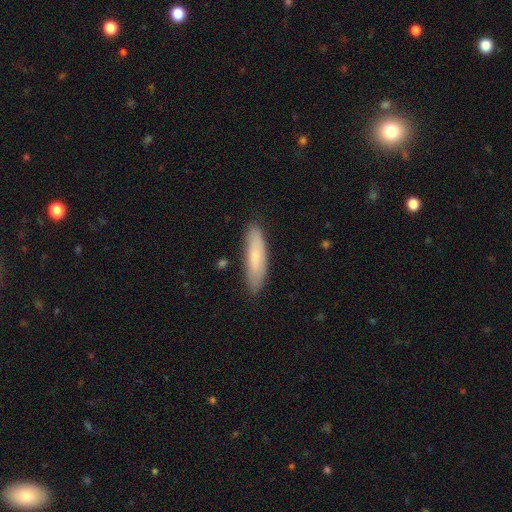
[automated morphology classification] type=smooth (73%); roundness=cigar-shaped (69%); merging=none (83%).